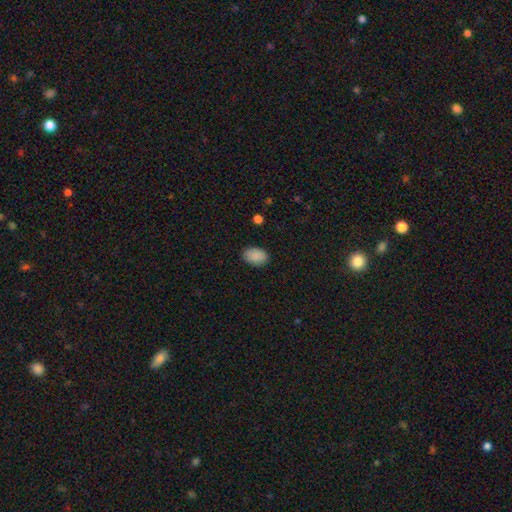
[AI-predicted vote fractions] This appears to be a smooth galaxy with no disk features (89%) that is in between round and cigar-shaped (86%). Merging: none (86%).